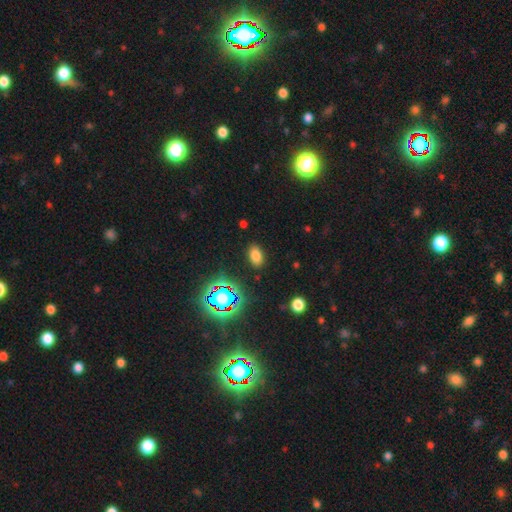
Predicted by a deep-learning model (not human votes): Smooth or featured: smooth — 73% (star or artifact — 20%)
How rounded: in between — 89% (round — 9%)
Merging: none — 87% (minor disturbance — 9%)